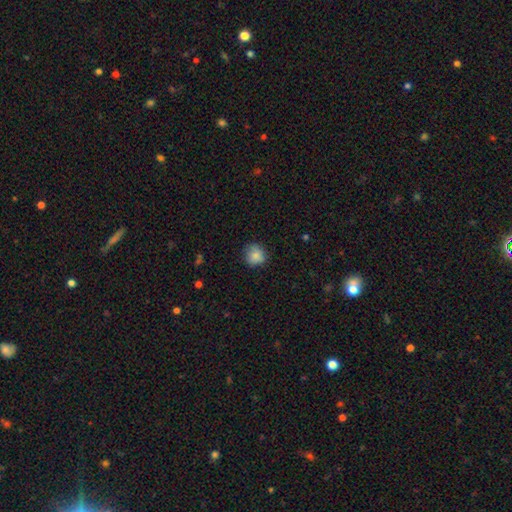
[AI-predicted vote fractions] Q: Smooth or featured?
A: smooth (85%); runner-up: star or artifact (9%)
Q: How rounded?
A: round (89%); runner-up: in between (10%)
Q: Merging?
A: none (81%); runner-up: minor disturbance (15%)